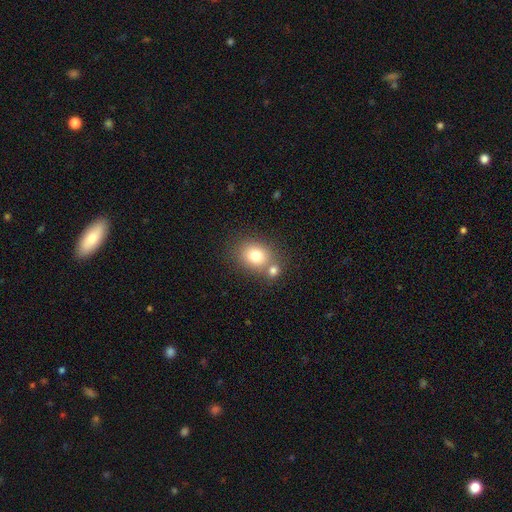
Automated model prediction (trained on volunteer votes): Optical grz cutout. It shows a smooth galaxy with no disk features (77%) that is round (58%). Merging: none (57%).